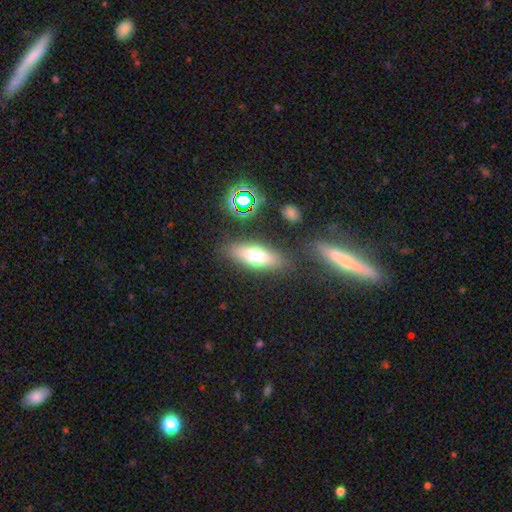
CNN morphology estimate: smooth 59%, featured or disk 31%, star or artifact 11%. Down the decision tree: how rounded — in between (59%); merging — none (83%).